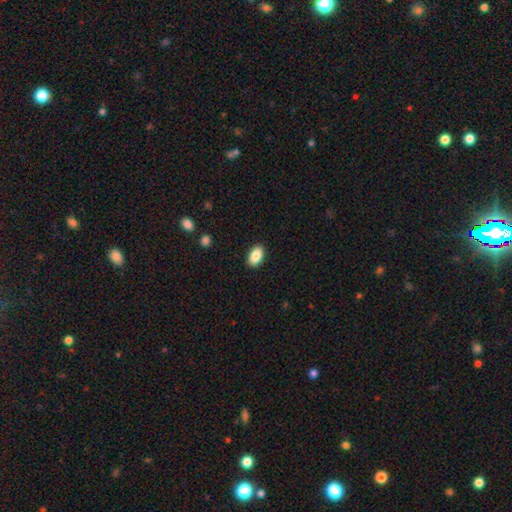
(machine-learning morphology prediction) Smooth or featured?
  - smooth: 88% *
  - star or artifact: 7%
  - featured or disk: 5%
How rounded?
  - in between: 93% *
  - round: 5%
  - cigar-shaped: 2%
Merging?
  - none: 90% *
  - minor disturbance: 7%
  - major disturbance: 2%
  - merger: 1%